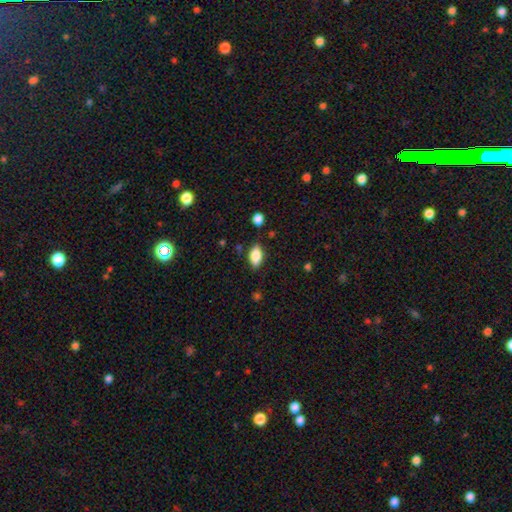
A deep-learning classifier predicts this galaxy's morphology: Q: Smooth or featured?
A: smooth (83%); runner-up: featured or disk (9%)
Q: How rounded?
A: in between (90%); runner-up: cigar-shaped (6%)
Q: Merging?
A: none (81%); runner-up: minor disturbance (13%)